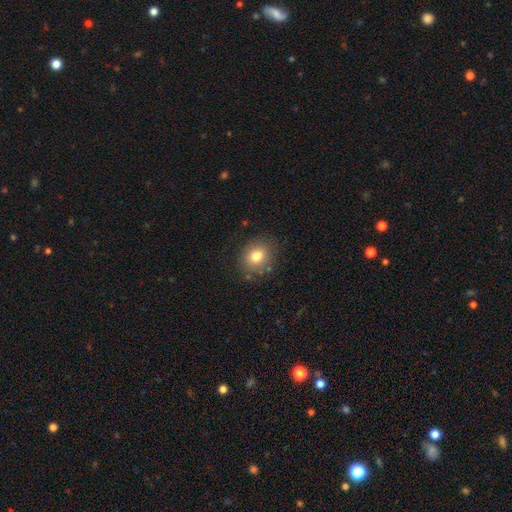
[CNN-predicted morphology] A smooth galaxy with no disk features (81%) that is round (61%).

Vote fractions:
- Smooth or featured? smooth: 81% / star or artifact: 10% / featured or disk: 9%
- How rounded? round: 61% / in between: 38% / cigar-shaped: 1%
- Merging? none: 82% / minor disturbance: 12% / major disturbance: 4% / merger: 2%